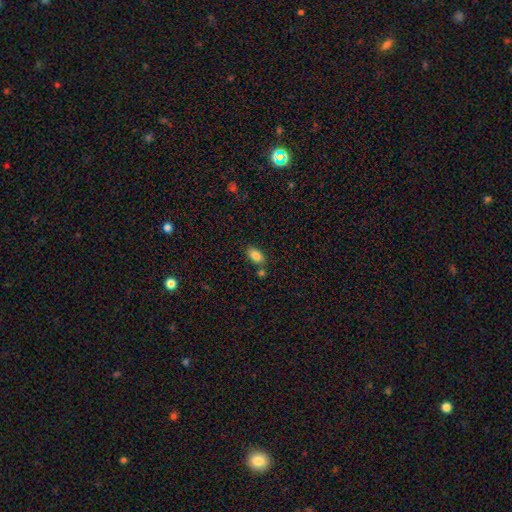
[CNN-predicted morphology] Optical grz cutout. It shows a smooth galaxy with no disk features (84%) that is in between round and cigar-shaped (90%). Merging: none (72%).